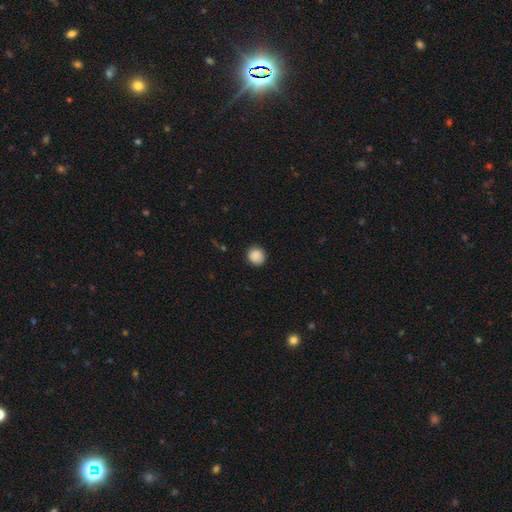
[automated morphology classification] Smooth or featured? smooth (88%)
How rounded? round (88%)
Merging? none (87%)